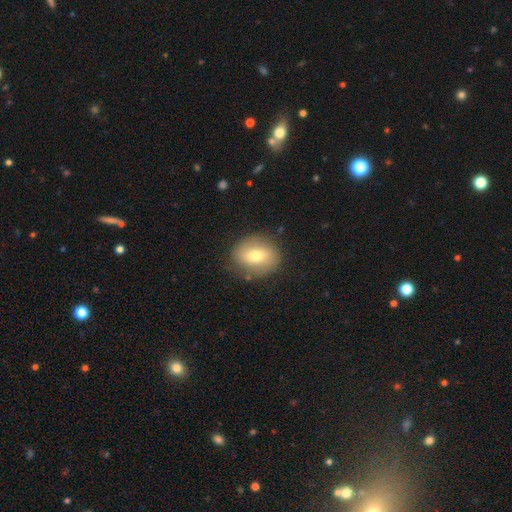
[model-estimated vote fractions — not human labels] smooth-or-featured: smooth: 58% | featured or disk: 33% | star or artifact: 9%
  how-rounded: round: 54% | in between: 45% | cigar-shaped: 1%
  merging: none: 81% | minor disturbance: 13% | major disturbance: 5% | merger: 2%